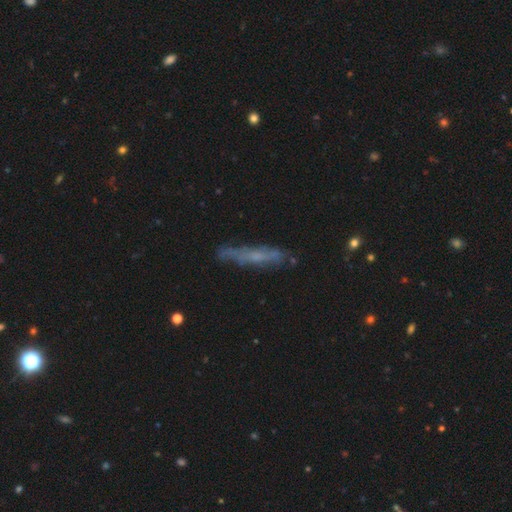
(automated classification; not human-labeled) Morphology: type=featured or disk (52%); edge-on=yes (72%); merging=none (73%).